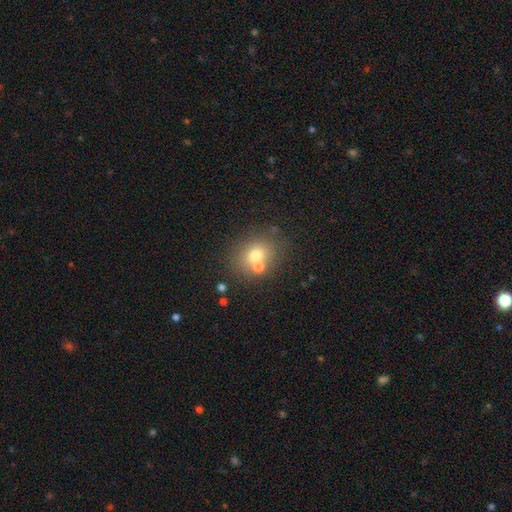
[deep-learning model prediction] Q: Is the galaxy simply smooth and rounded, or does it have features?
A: smooth — 68%.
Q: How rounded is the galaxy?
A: round — 68%.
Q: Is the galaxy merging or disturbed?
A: none — 59%.